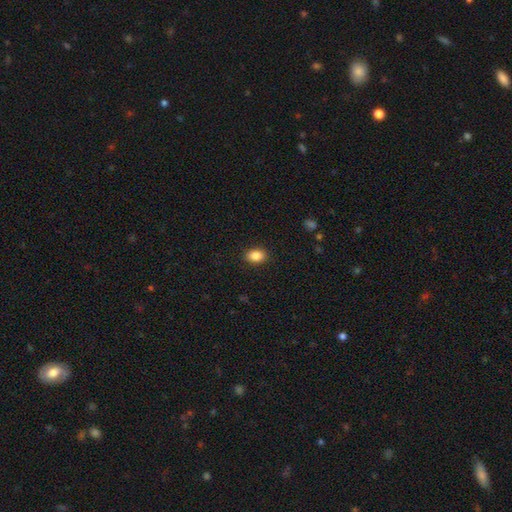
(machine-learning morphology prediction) Smooth or featured?
  - smooth: 87% *
  - star or artifact: 9%
  - featured or disk: 4%
How rounded?
  - in between: 79% *
  - round: 19%
  - cigar-shaped: 1%
Merging?
  - none: 90% *
  - minor disturbance: 7%
  - major disturbance: 2%
  - merger: 1%